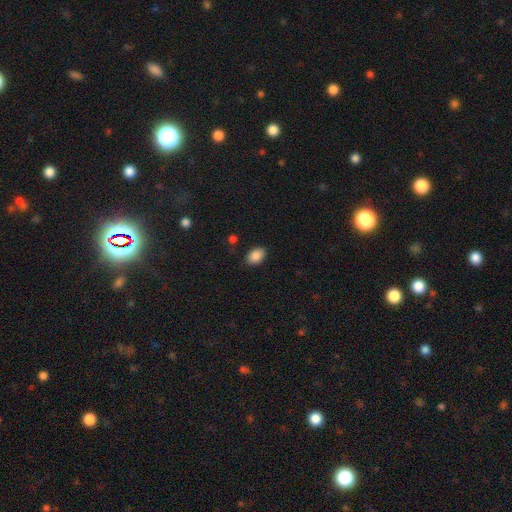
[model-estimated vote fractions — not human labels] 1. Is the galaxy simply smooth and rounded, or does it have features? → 88% smooth, 8% star or artifact, 5% featured or disk.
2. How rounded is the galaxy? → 86% in between, 13% round, 1% cigar-shaped.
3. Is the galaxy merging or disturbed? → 85% none, 11% minor disturbance, 3% major disturbance, 1% merger.